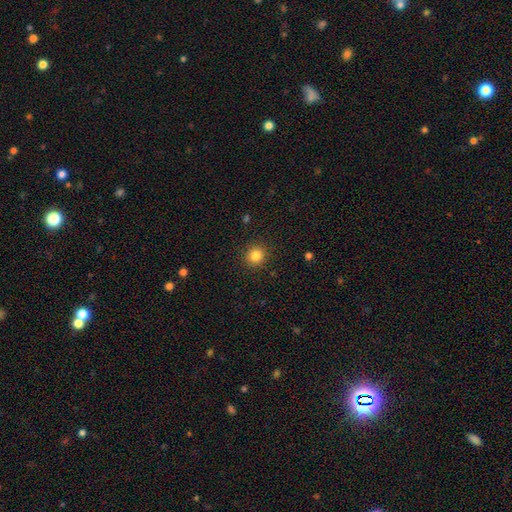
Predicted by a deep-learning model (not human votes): Smooth or featured? Predicted: smooth (p=0.84). How rounded? Predicted: round (p=0.91). Merging? Predicted: none (p=0.91).